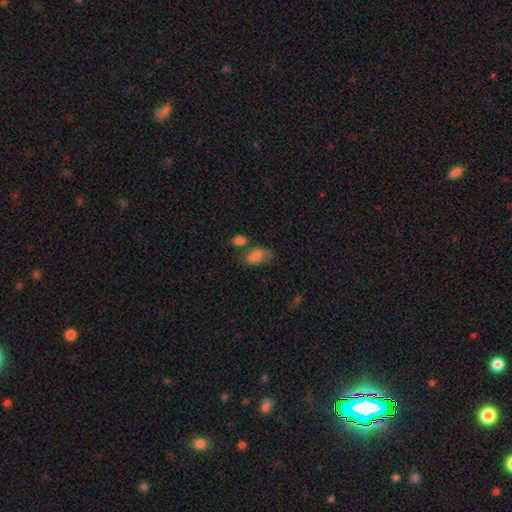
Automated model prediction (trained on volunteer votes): The model was most divided on "merging": none: 44%, minor disturbance: 25%, merger: 19%, major disturbance: 12%. More confident: how rounded — in between (88%); smooth or featured — smooth (78%).